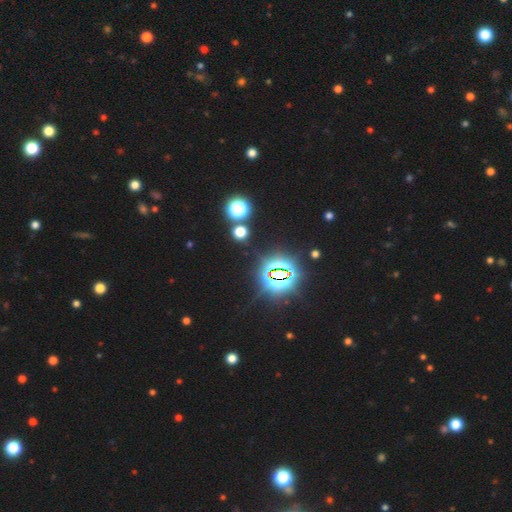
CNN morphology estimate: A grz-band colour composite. It shows a star or artifact, not a galaxy (79%).